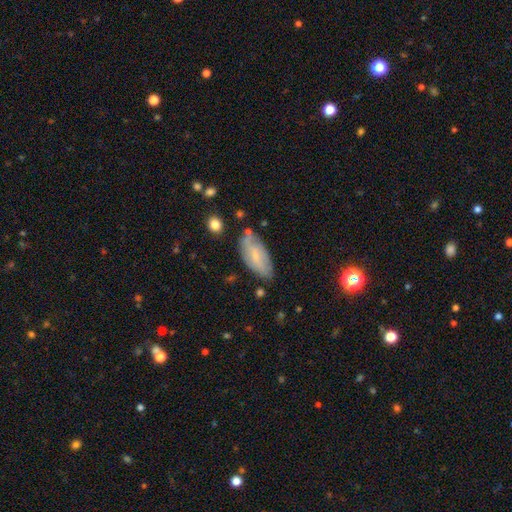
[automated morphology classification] Smooth or featured? smooth (60%)
How rounded? in between (86%)
Merging? none (66%)